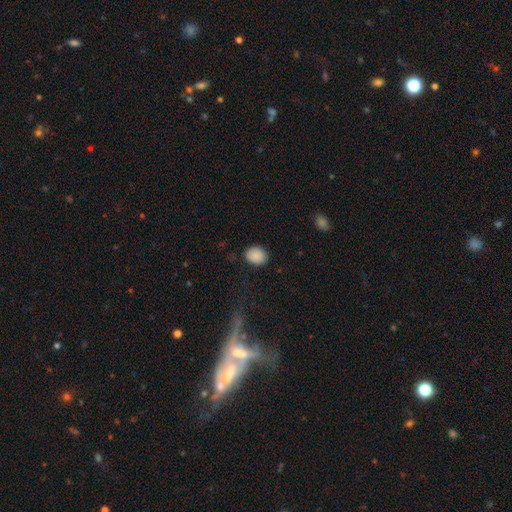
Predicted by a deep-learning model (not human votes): Smooth or featured?
  - smooth: 89% *
  - star or artifact: 8%
  - featured or disk: 3%
How rounded?
  - in between: 54% *
  - round: 45%
  - cigar-shaped: 1%
Merging?
  - none: 84% *
  - minor disturbance: 12%
  - major disturbance: 3%
  - merger: 1%